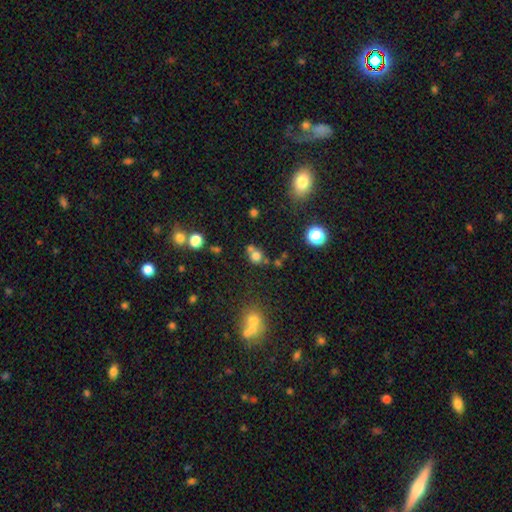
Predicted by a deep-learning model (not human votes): A smooth galaxy with no disk features (73%) that is round (74%). Merging: none (46%).